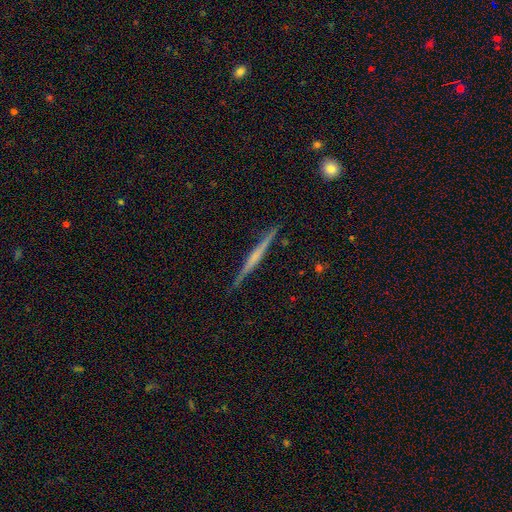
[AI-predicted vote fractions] Smooth or featured: featured or disk — 67% (smooth — 27%)
Edge-on disk: yes — 98% (no — 2%)
Edge-on bulge: none — 59% (rounded — 27%)
Merging: none — 90% (minor disturbance — 7%)